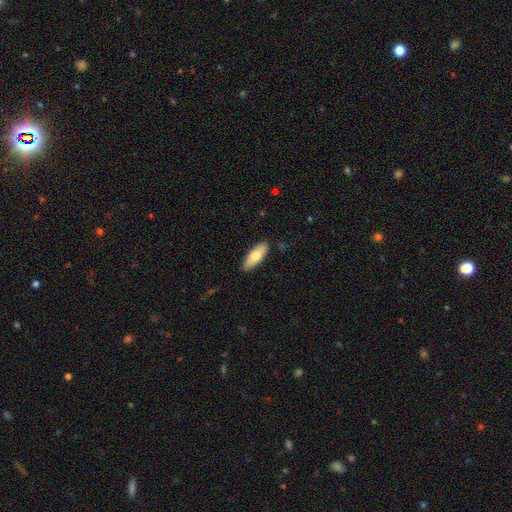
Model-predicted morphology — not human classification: A smooth galaxy with no disk features (77%) that is in between round and cigar-shaped (66%). Merging: none (87%).